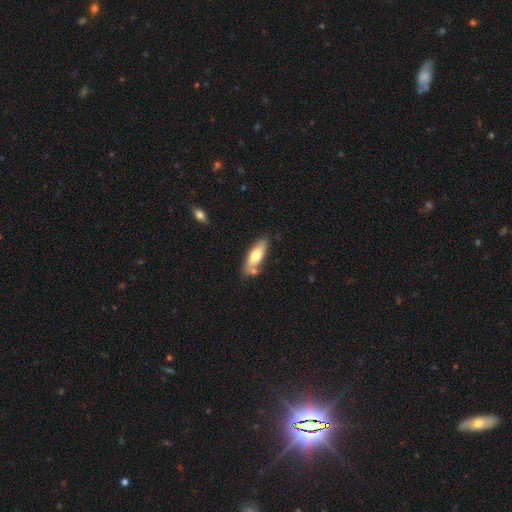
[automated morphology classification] Q: Smooth or featured?
A: smooth (70%); runner-up: featured or disk (24%)
Q: How rounded?
A: in between (62%); runner-up: cigar-shaped (36%)
Q: Merging?
A: none (67%); runner-up: minor disturbance (16%)